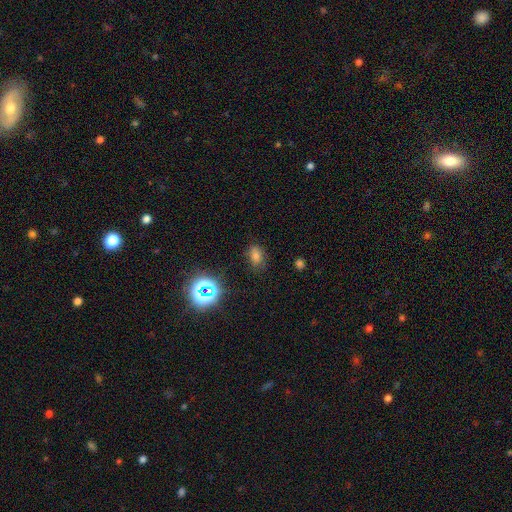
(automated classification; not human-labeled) A smooth galaxy with no disk features (67%) that is in between round and cigar-shaped (79%). Merging: none (75%).